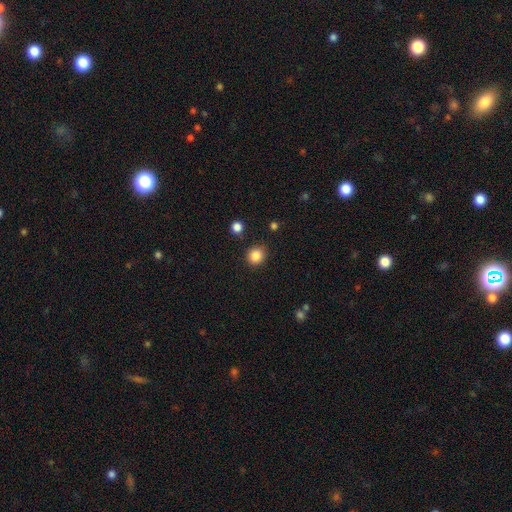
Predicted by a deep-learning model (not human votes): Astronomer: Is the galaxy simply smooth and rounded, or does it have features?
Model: smooth — 86%.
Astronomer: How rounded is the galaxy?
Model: round — 86%.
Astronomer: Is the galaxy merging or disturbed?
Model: none — 86%.